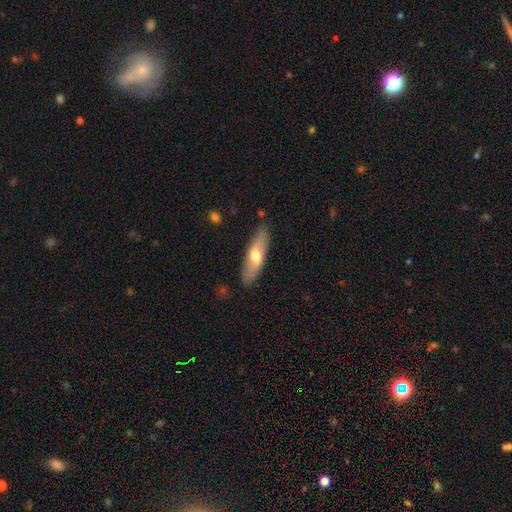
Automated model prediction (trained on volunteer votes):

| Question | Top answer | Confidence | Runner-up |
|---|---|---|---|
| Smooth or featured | smooth | 56% | featured or disk (38%) |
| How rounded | in between | 51% | cigar-shaped (46%) |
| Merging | none | 85% | minor disturbance (12%) |